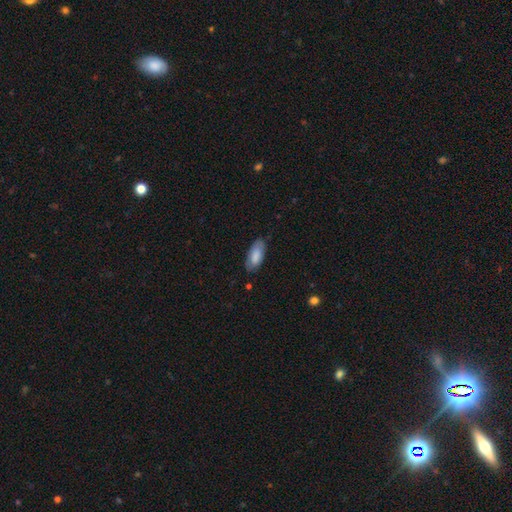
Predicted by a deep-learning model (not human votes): Morphology: type=smooth (81%); roundness=in between (87%); merging=none (78%).